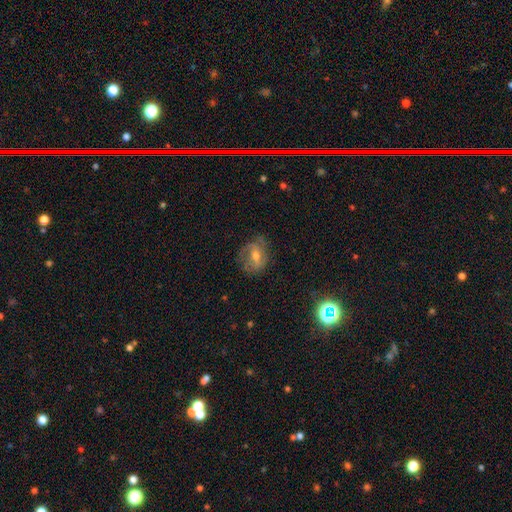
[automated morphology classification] type=featured or disk (65%); edge-on=no (96%); bar=weak (47%); spiral arms=yes (82%); winding=medium (43%); arm count=2 (43%); bulge=moderate (63%); merging=none (66%).